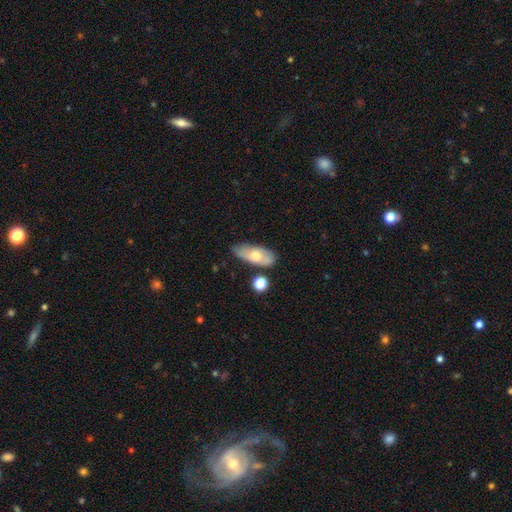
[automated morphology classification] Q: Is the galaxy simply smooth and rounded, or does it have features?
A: smooth — 59%.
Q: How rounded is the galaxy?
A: in between — 83%.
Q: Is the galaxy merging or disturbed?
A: none — 68%.